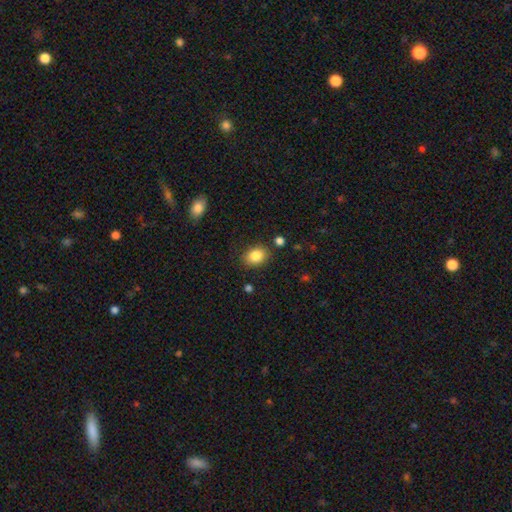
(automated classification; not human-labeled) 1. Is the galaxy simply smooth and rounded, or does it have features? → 86% smooth, 9% star or artifact, 6% featured or disk.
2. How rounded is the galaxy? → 69% in between, 30% round, 1% cigar-shaped.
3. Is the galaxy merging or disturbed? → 82% none, 12% minor disturbance, 3% major disturbance, 3% merger.